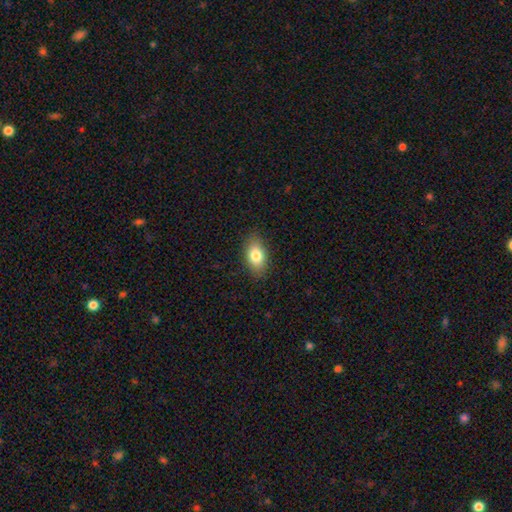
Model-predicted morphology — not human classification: smooth_or_featured: smooth (p=0.81) [alt: featured or disk p=0.11]
how_rounded: in between (p=0.88) [alt: round p=0.09]
merging: none (p=0.86) [alt: minor disturbance p=0.11]